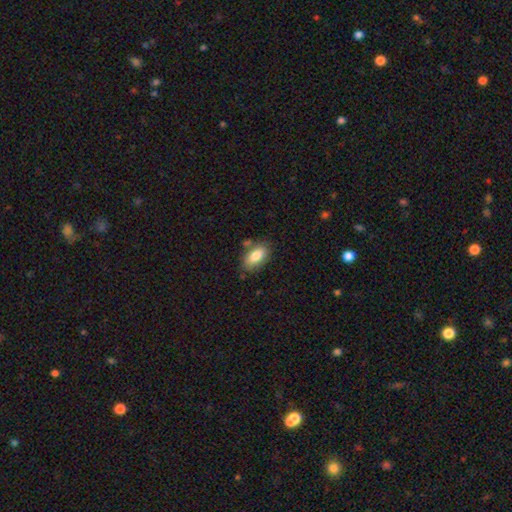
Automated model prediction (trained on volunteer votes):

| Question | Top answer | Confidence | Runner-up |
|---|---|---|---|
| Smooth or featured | smooth | 81% | featured or disk (12%) |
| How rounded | in between | 91% | round (4%) |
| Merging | none | 74% | minor disturbance (16%) |